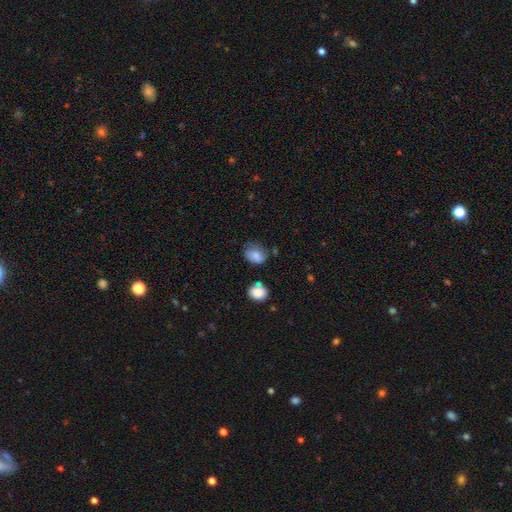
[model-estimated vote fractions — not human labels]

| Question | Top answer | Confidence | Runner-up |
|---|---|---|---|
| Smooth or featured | smooth | 75% | featured or disk (16%) |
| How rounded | in between | 68% | round (31%) |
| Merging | none | 52% | minor disturbance (31%) |